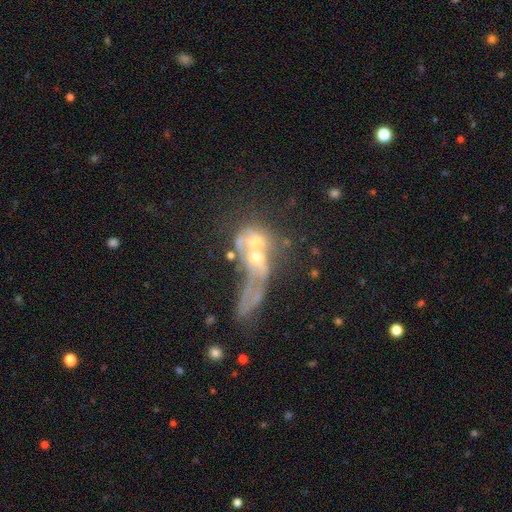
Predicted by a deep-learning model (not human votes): The model was most divided on "smooth or featured": featured or disk: 55%, smooth: 32%, star or artifact: 13%. More confident: edge-on disk — no (92%); bar — no (83%); spiral arms — no (77%); merging — merger (64%); bulge size — moderate (52%).